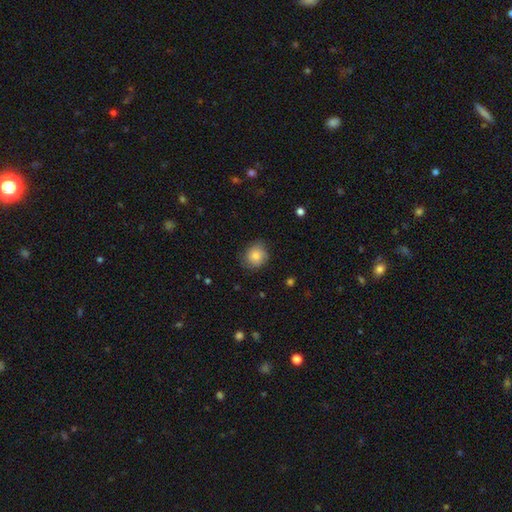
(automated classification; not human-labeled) A smooth galaxy with no disk features (80%) that is round (77%).

Vote fractions:
- Smooth or featured? smooth: 80% / featured or disk: 11% / star or artifact: 8%
- How rounded? round: 77% / in between: 22% / cigar-shaped: 1%
- Merging? none: 77% / minor disturbance: 18% / major disturbance: 4% / merger: 1%